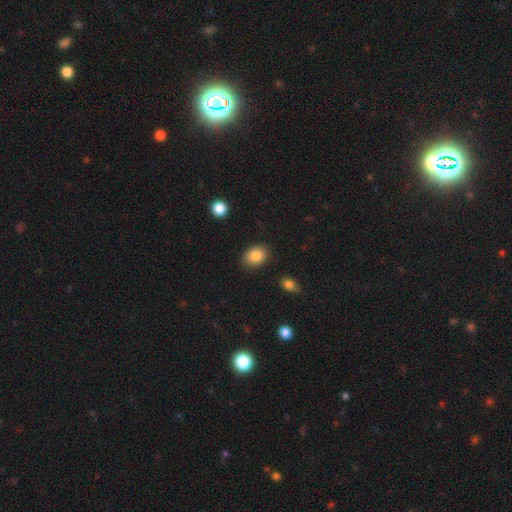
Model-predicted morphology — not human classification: This is clearly a smooth galaxy (86%). How rounded: likely in between (73%). Merging: clearly none (86%).